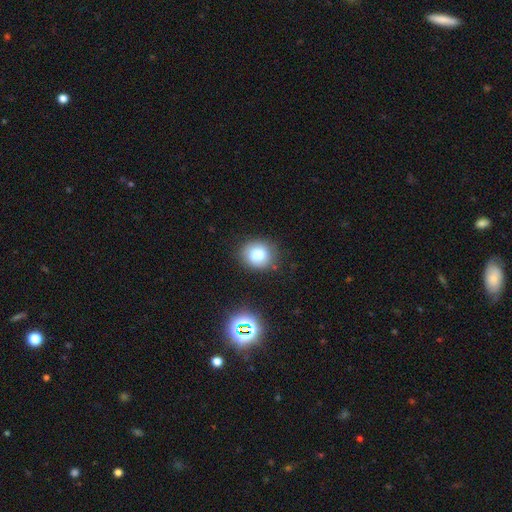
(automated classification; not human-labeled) smooth_or_featured: smooth (p=0.74) [alt: featured or disk p=0.13]
how_rounded: round (p=0.73) [alt: in between p=0.26]
merging: none (p=0.72) [alt: minor disturbance p=0.17]